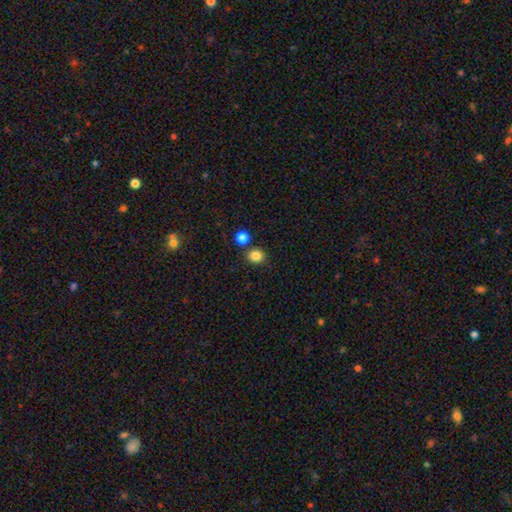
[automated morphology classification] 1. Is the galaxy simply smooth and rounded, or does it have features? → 84% smooth, 12% star or artifact, 4% featured or disk.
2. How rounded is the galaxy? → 82% round, 17% in between, 1% cigar-shaped.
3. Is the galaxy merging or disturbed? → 80% none, 10% merger, 8% minor disturbance, 2% major disturbance.